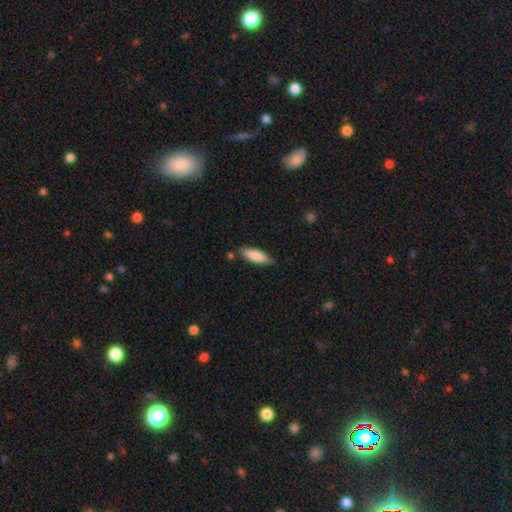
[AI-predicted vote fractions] smooth-or-featured: smooth: 82% | featured or disk: 12% | star or artifact: 6%
  how-rounded: in between: 51% | cigar-shaped: 47% | round: 2%
  merging: none: 81% | minor disturbance: 13% | merger: 3% | major disturbance: 2%